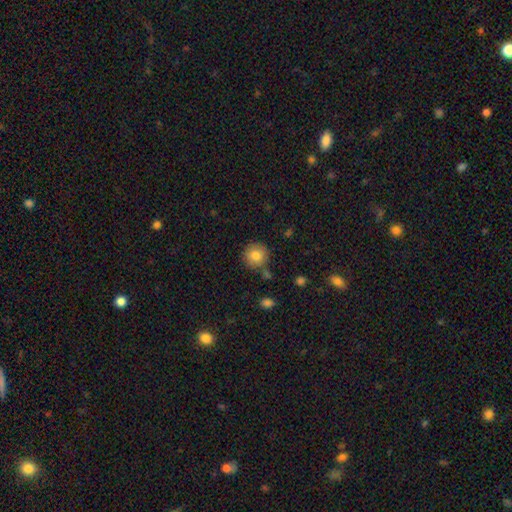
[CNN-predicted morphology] Overall: smooth (83%). How rounded: round (93%). Merging: none (83%).